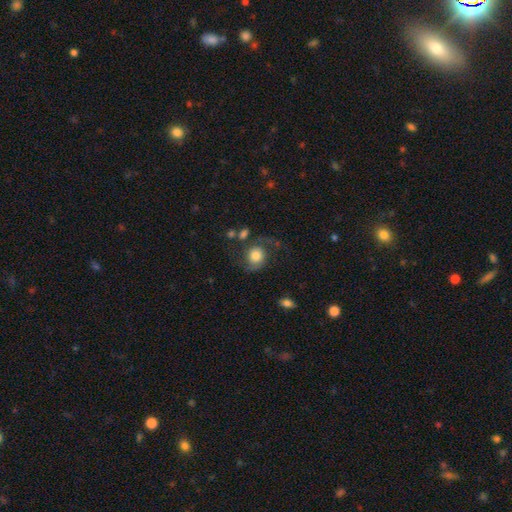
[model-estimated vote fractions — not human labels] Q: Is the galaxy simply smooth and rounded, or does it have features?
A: featured or disk — 55%.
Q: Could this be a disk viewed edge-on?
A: no — 97%.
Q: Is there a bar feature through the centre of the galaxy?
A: no — 76%.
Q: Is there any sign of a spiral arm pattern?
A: yes — 89%.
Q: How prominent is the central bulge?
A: moderate — 44%.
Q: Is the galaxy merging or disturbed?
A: none — 56%.